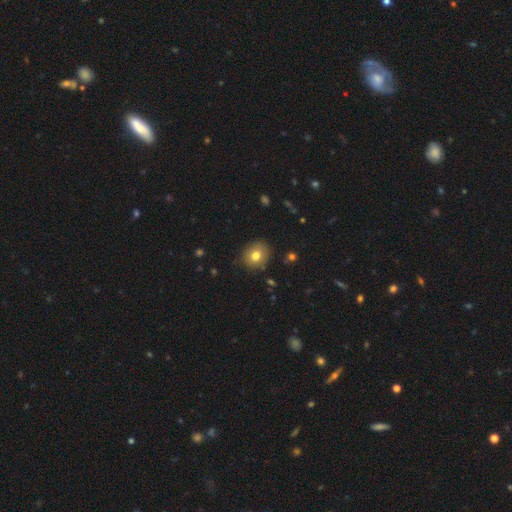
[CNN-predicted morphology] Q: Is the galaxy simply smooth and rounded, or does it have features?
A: smooth — 77%.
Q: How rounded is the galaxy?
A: round — 78%.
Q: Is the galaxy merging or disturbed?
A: none — 86%.